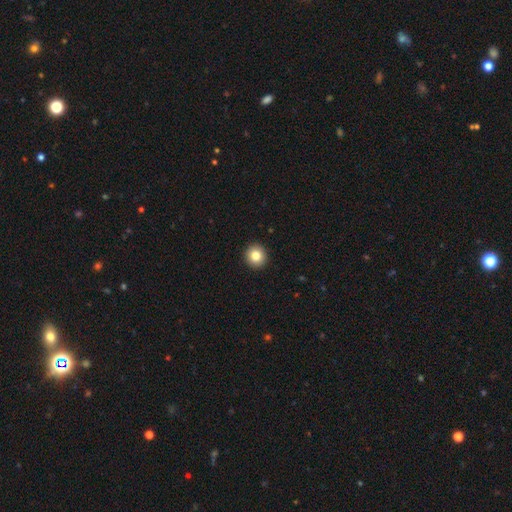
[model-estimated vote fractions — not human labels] Smooth or featured? smooth (82%)
How rounded? round (93%)
Merging? none (93%)